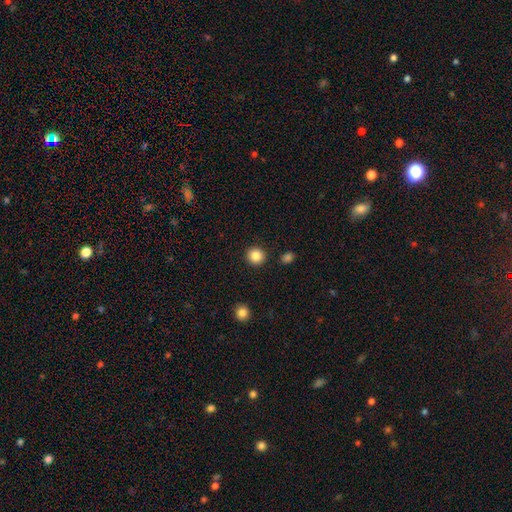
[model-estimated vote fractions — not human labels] The model was most divided on "smooth or featured": smooth: 86%, star or artifact: 10%, featured or disk: 4%. More confident: how rounded — round (92%); merging — none (91%).